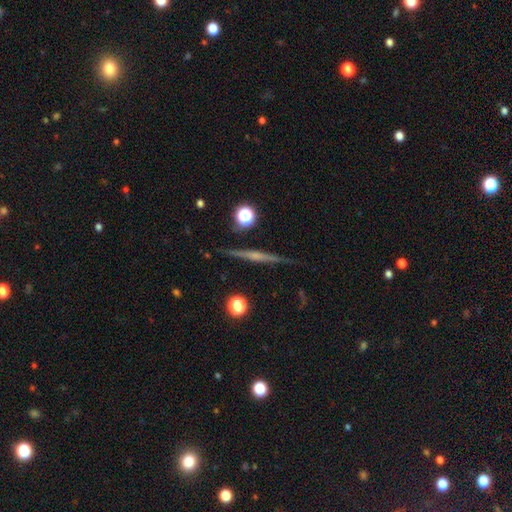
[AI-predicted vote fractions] This appears to be a featured or disk galaxy (73%) viewed edge-on (98%) with a rounded central bulge (59%). Merging: none (89%).